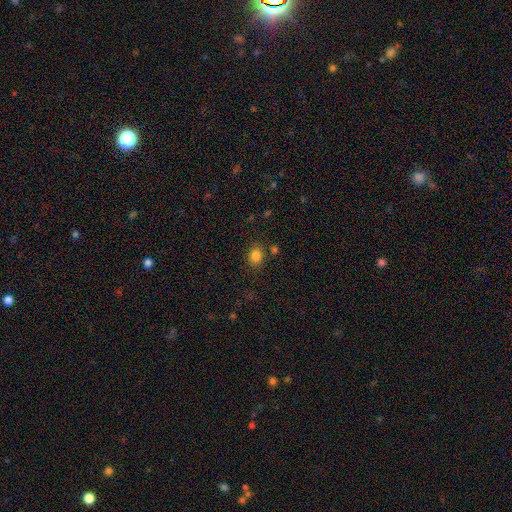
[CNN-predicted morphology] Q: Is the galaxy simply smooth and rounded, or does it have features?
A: smooth — 83%.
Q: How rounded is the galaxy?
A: in between — 50%.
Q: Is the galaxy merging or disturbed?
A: none — 81%.